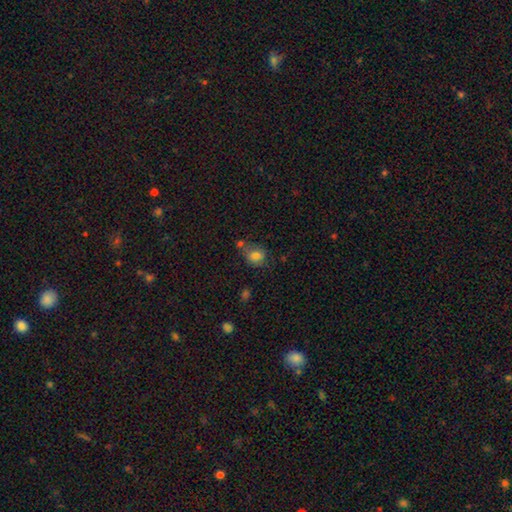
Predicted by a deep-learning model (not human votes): Smooth or featured: smooth — 79% (star or artifact — 11%)
How rounded: round — 55% (in between — 43%)
Merging: none — 52% (minor disturbance — 21%)